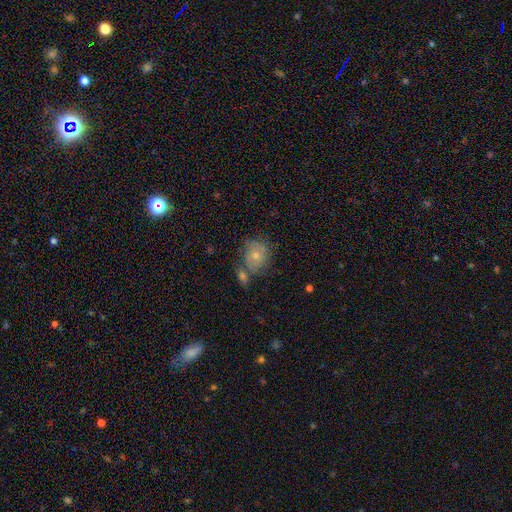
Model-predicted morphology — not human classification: Smooth or featured?
  - smooth: 48% *
  - featured or disk: 41%
  - star or artifact: 10%
Merging?
  - none: 54% *
  - merger: 19%
  - minor disturbance: 19%
  - major disturbance: 8%